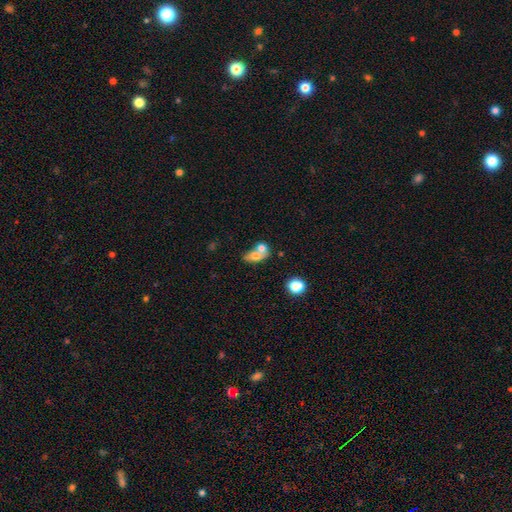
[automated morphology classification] type=smooth (67%); roundness=in between (67%); merging=merger (66%).